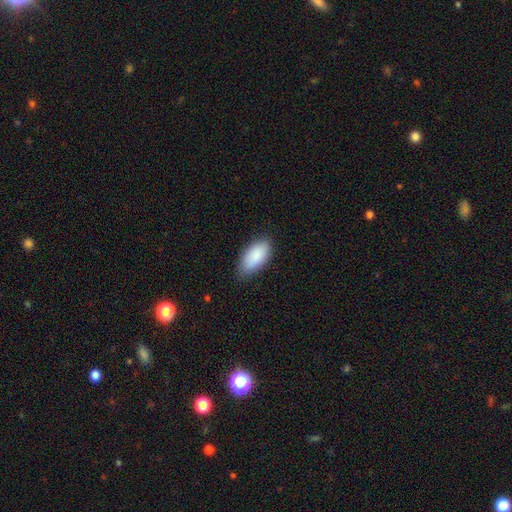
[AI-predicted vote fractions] This appears to be a smooth galaxy with no disk features (89%) that is in between round and cigar-shaped (91%). Merging: none (80%).